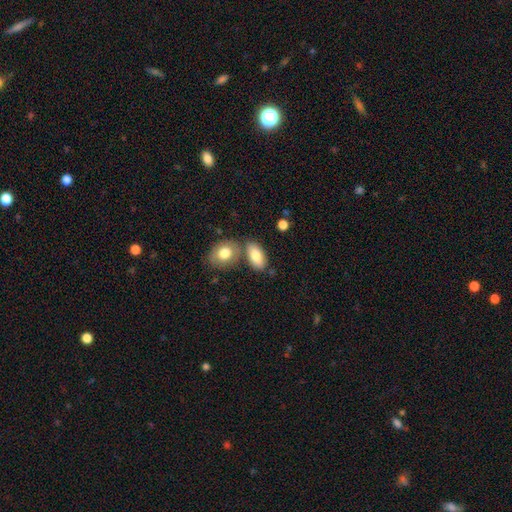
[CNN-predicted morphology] This appears to be a smooth galaxy with no disk features (80%) that is in between round and cigar-shaped (90%). Merging: none (61%).